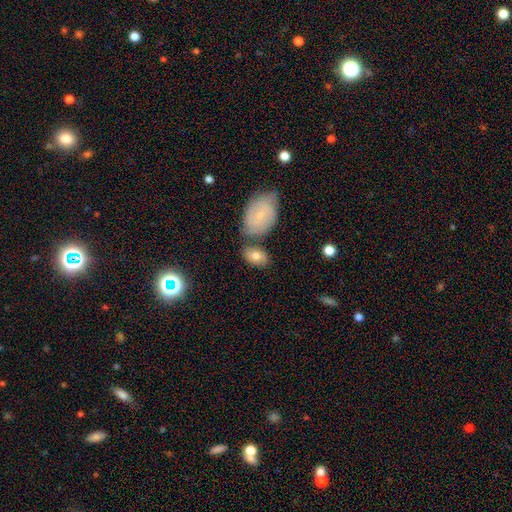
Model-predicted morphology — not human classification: type=smooth (71%); roundness=in between (88%); merging=none (61%).